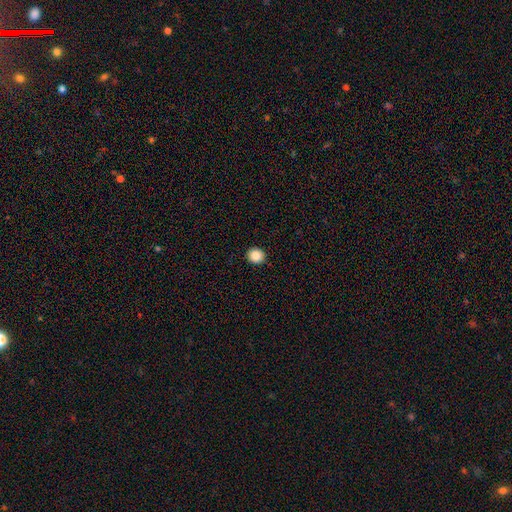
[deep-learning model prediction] Smooth or featured?
  - smooth: 87% *
  - star or artifact: 9%
  - featured or disk: 3%
How rounded?
  - round: 85% *
  - in between: 14%
  - cigar-shaped: 1%
Merging?
  - none: 92% *
  - minor disturbance: 5%
  - major disturbance: 2%
  - merger: 1%